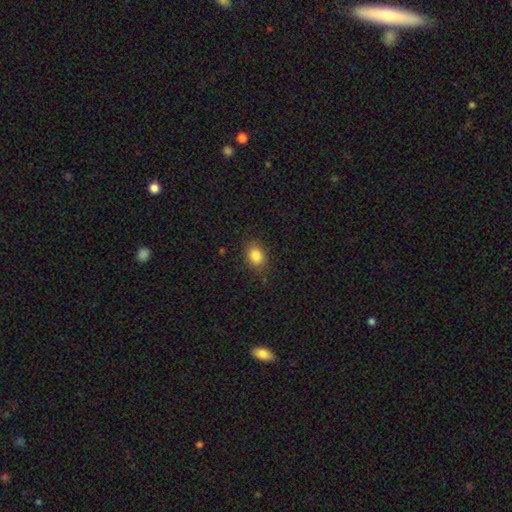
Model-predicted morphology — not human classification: The model was most divided on "how rounded": in between: 71%, round: 27%, cigar-shaped: 1%. More confident: smooth or featured — smooth (85%); merging — none (84%).